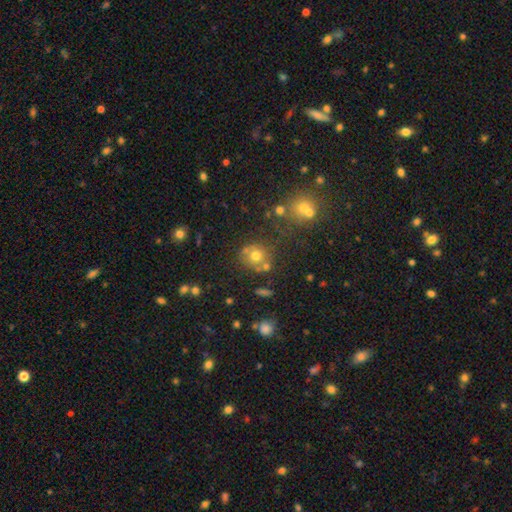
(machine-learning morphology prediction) A smooth galaxy with no disk features (66%) that is round (83%). Merging: none (65%).